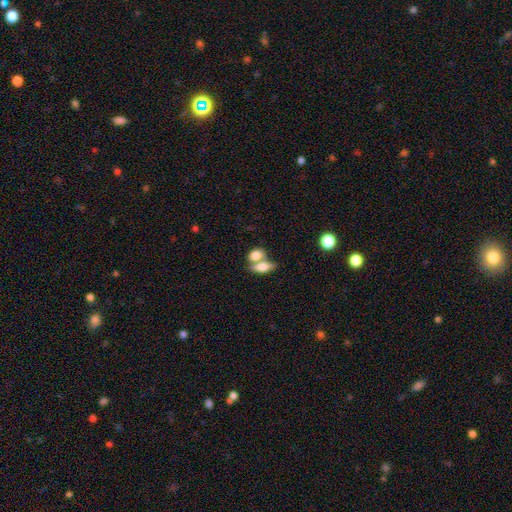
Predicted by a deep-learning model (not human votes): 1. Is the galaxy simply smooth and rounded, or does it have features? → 76% smooth, 17% featured or disk, 7% star or artifact.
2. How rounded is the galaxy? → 75% in between, 19% round, 6% cigar-shaped.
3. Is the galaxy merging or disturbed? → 59% merger, 29% none, 8% minor disturbance, 4% major disturbance.